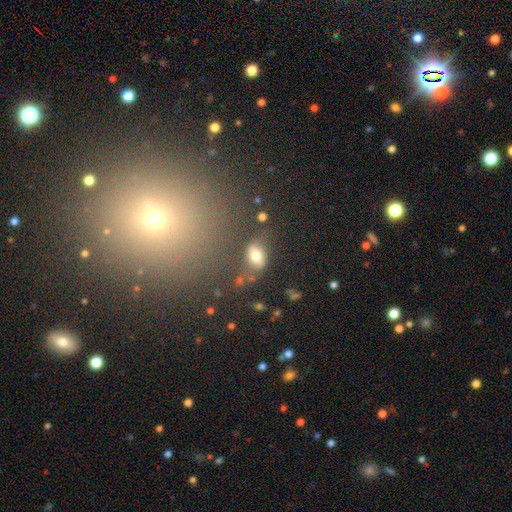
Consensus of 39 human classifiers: Smooth or featured? smooth (72%)
How rounded? in between (86%)
Merging? none (46%)